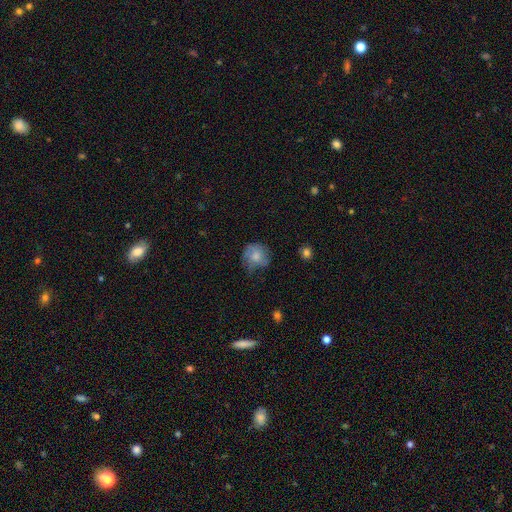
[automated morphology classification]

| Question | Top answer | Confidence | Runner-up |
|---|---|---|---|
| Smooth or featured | smooth | 65% | featured or disk (27%) |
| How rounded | round | 83% | in between (16%) |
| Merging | none | 60% | minor disturbance (27%) |